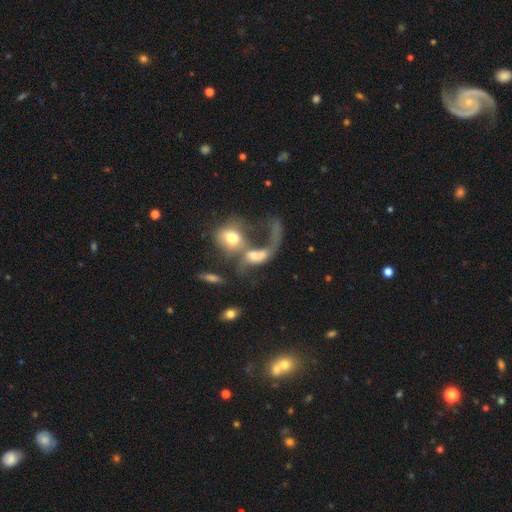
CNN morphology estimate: A featured or disk galaxy (52%).

Vote fractions:
- Smooth or featured? featured or disk: 52% / smooth: 37% / star or artifact: 11%
- Edge-on disk? no: 94% / yes: 6%
- Merging? merger: 68% / major disturbance: 19% / none: 8% / minor disturbance: 4%